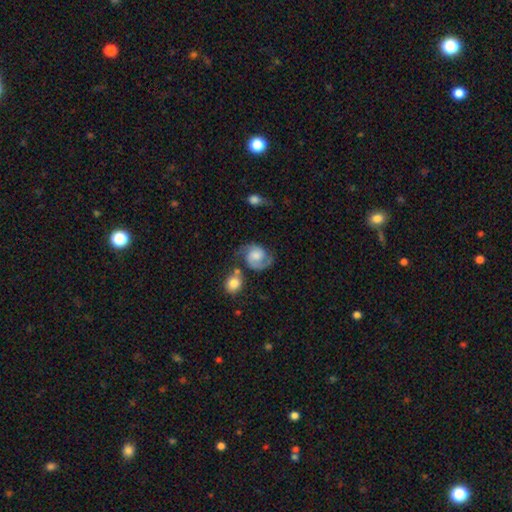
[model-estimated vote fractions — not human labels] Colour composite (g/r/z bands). It shows a featured or disk galaxy (77%) with no bar (63%), 2 (85%) medium (51%) spiral arms (95%) and a moderate central bulge (34%). Merging: none (57%).